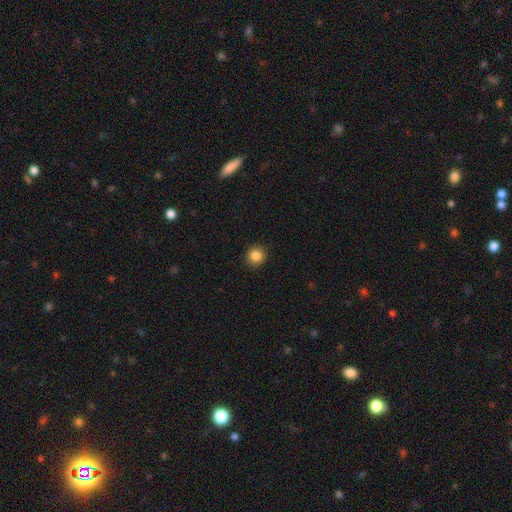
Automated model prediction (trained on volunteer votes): Overall: smooth (85%). How rounded: round (92%). Merging: none (92%).